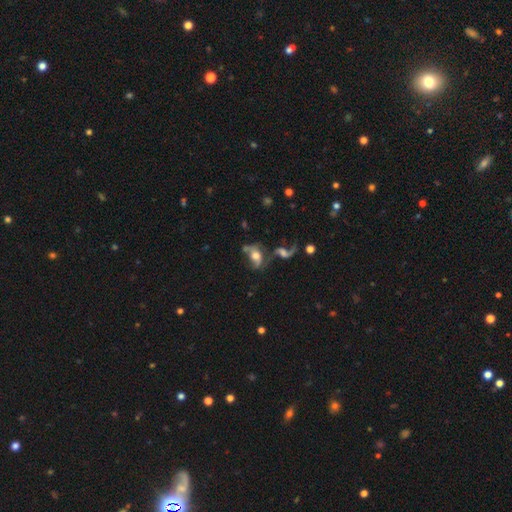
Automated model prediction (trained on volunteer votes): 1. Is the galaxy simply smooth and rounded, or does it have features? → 49% featured or disk, 40% smooth, 12% star or artifact.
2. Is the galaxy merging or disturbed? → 45% merger, 22% none, 21% major disturbance, 11% minor disturbance.